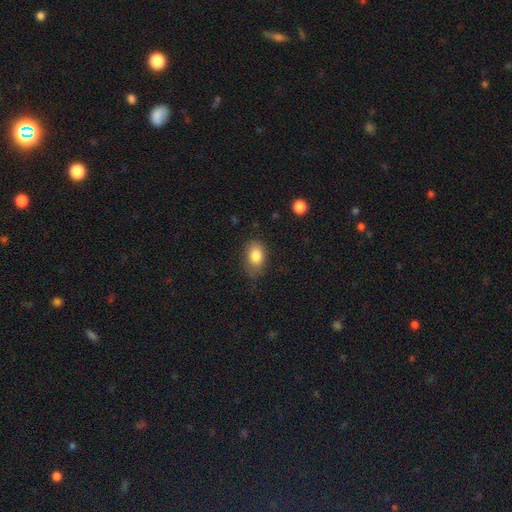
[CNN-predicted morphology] smooth 83%, featured or disk 9%, star or artifact 8%. Down the decision tree: how rounded — in between (80%); merging — none (67%).